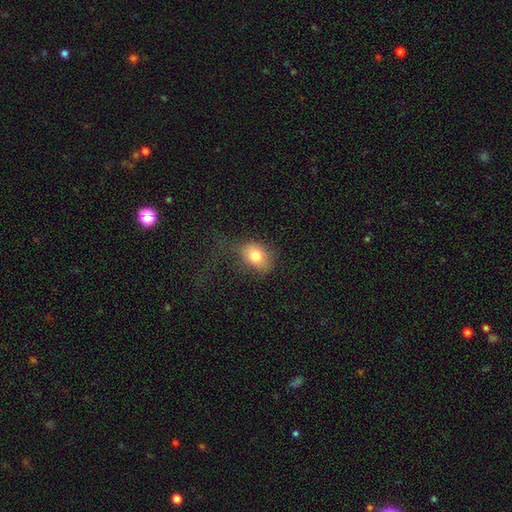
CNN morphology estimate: Smooth or featured? Predicted: smooth (p=0.79). How rounded? Predicted: in between (p=0.67). Merging? Predicted: none (p=0.50).